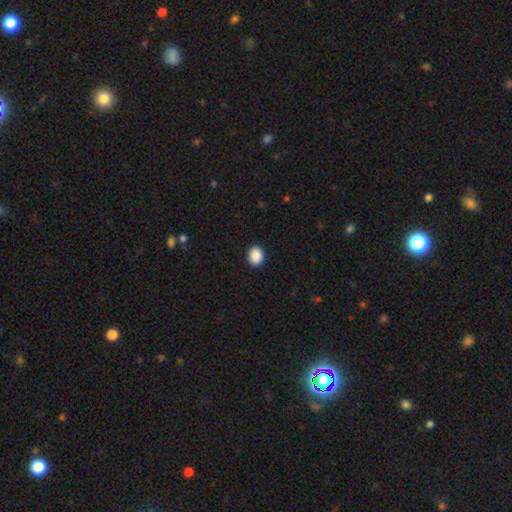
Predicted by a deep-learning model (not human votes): Smooth or featured: smooth — 90% (star or artifact — 8%)
How rounded: in between — 50% (round — 49%)
Merging: none — 92% (minor disturbance — 5%)